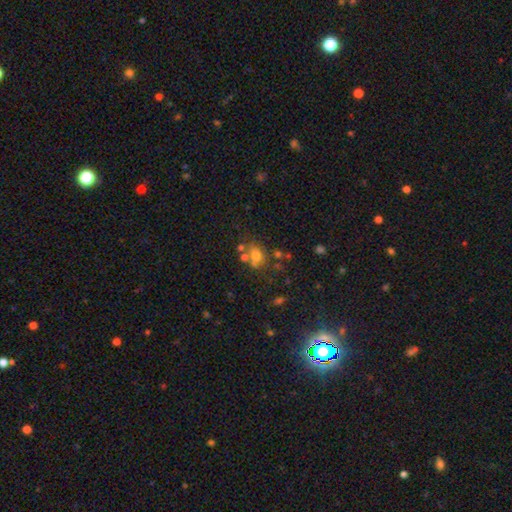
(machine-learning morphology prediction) smooth_or_featured: smooth (p=0.63) [alt: featured or disk p=0.20]
how_rounded: in between (p=0.54) [alt: round p=0.45]
merging: none (p=0.50) [alt: merger p=0.27]